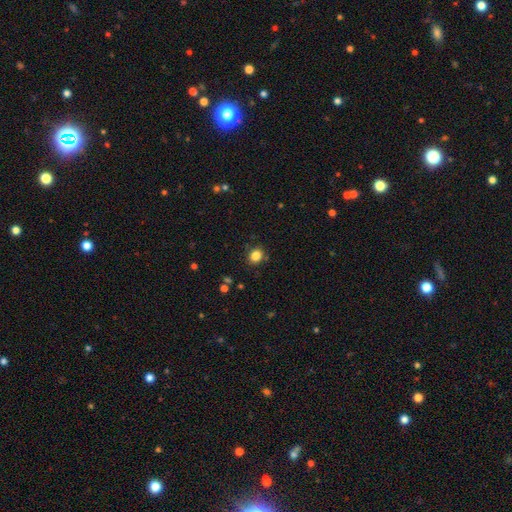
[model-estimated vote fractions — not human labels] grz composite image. It shows a smooth galaxy with no disk features (85%) that is round (65%). Merging: none (85%).